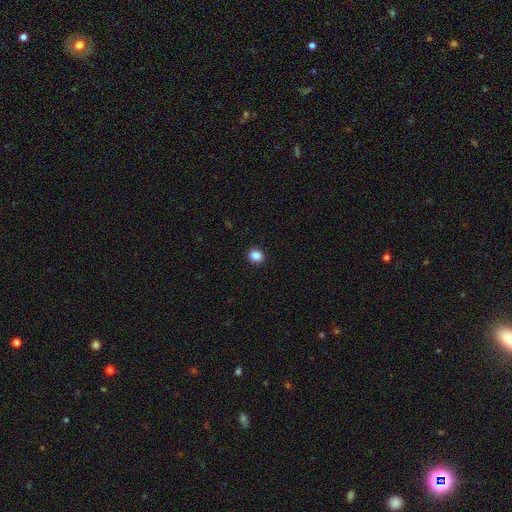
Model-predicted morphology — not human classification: Smooth or featured? Predicted: smooth (p=0.86). How rounded? Predicted: round (p=0.79). Merging? Predicted: none (p=0.92).